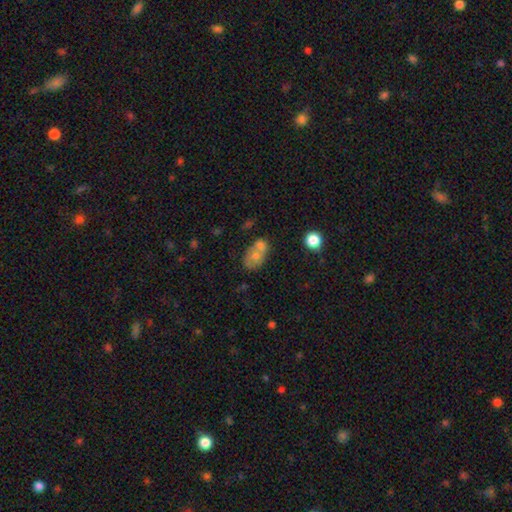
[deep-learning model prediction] This appears to be a smooth galaxy with no disk features (60%) that is in between round and cigar-shaped (75%). Merging: merger (50%).